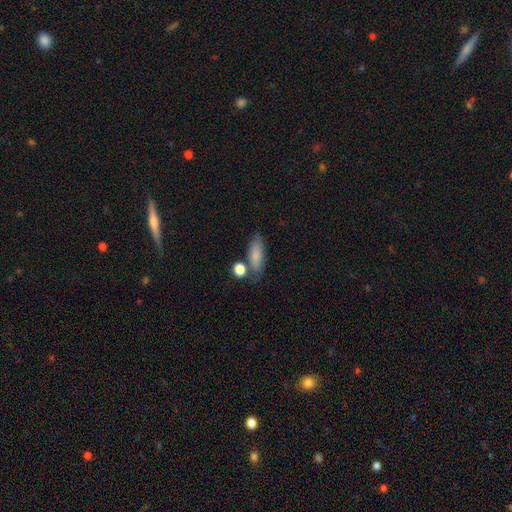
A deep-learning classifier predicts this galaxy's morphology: The model was most divided on "merging": none: 59%, minor disturbance: 19%, merger: 16%, major disturbance: 6%. More confident: smooth or featured — smooth (81%); how rounded — in between (71%).